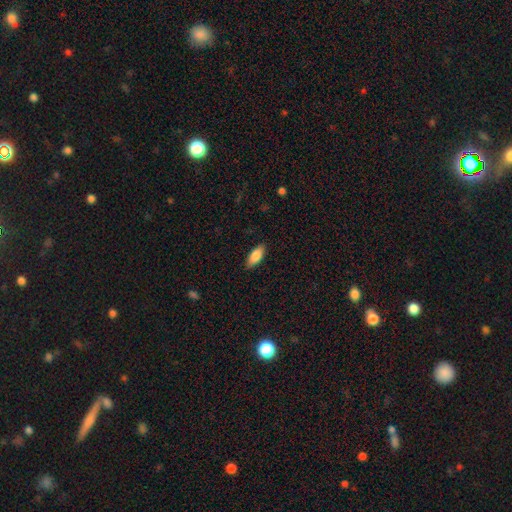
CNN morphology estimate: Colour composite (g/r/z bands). It shows a smooth galaxy with no disk features (85%) that is in between round and cigar-shaped (82%). Merging: none (88%).